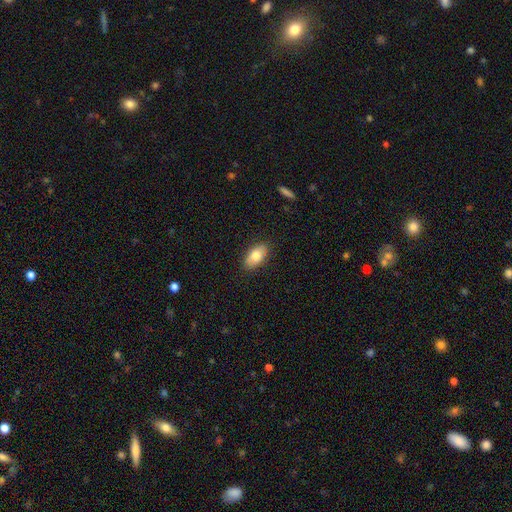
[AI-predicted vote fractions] Smooth or featured: smooth — 80% (featured or disk — 13%)
How rounded: in between — 91% (cigar-shaped — 5%)
Merging: none — 88% (minor disturbance — 9%)